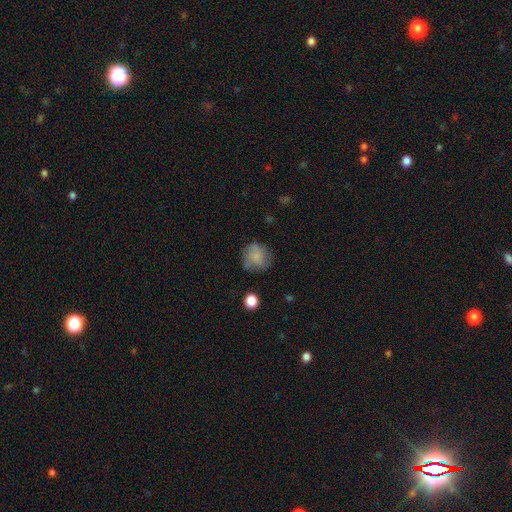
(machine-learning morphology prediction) Smooth or featured: smooth — 79% (featured or disk — 12%)
How rounded: round — 87% (in between — 12%)
Merging: none — 68% (minor disturbance — 21%)